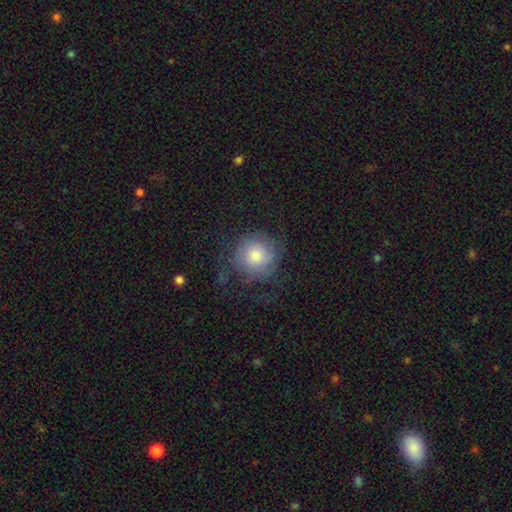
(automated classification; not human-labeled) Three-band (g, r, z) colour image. It shows a smooth galaxy with no disk features (62%) that is round (92%). Merging: none (63%).